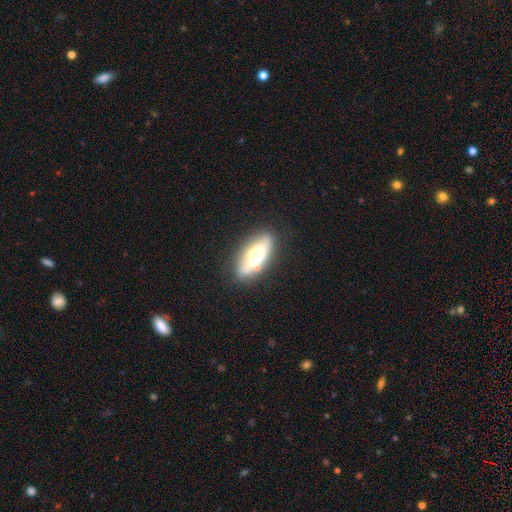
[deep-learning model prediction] A smooth galaxy with no disk features (52%) that is in between round and cigar-shaped (71%). Merging: none (76%).